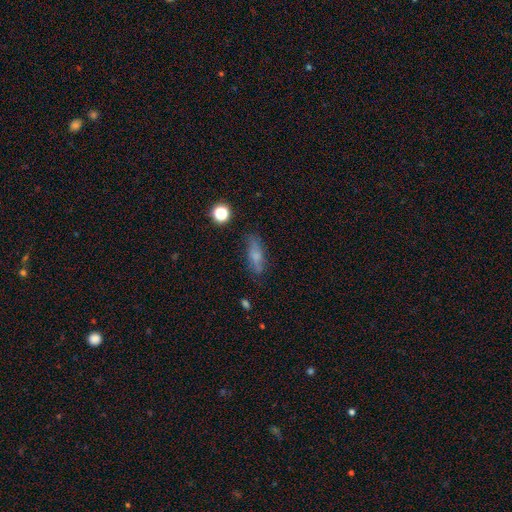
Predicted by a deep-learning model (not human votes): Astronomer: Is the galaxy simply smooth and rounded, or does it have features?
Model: smooth — 62%.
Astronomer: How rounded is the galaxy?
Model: in between — 55% (runner-up: cigar-shaped, 39%).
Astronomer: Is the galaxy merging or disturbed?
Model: none — 69%.